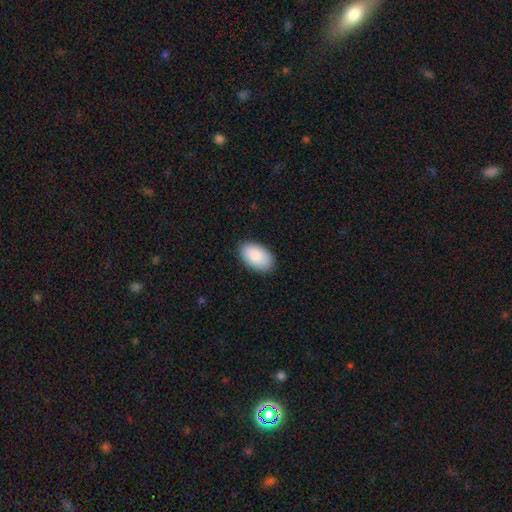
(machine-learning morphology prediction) smooth_or_featured: smooth (p=0.89) [alt: star or artifact p=0.06]
how_rounded: in between (p=0.95) [alt: round p=0.04]
merging: none (p=0.87) [alt: minor disturbance p=0.10]